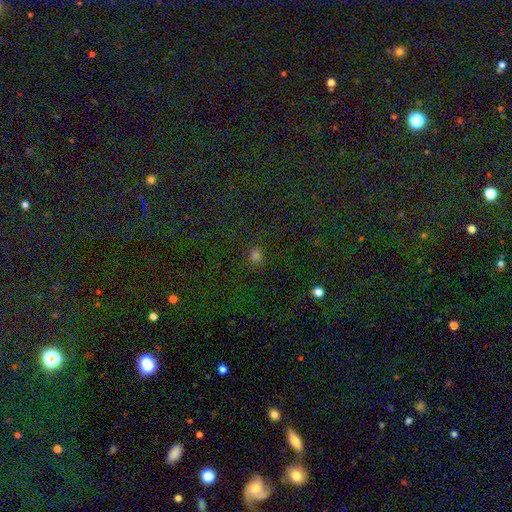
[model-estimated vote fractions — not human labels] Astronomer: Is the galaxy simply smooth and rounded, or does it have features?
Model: smooth — 69%.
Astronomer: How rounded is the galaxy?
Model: round — 74%.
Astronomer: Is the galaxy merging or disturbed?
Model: none — 86%.